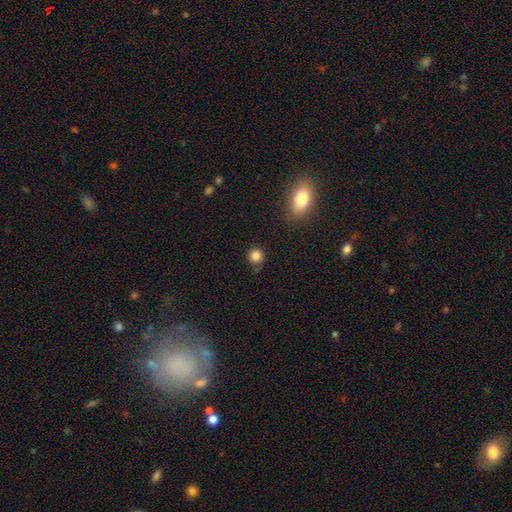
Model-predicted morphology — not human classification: Smooth or featured? Predicted: smooth (p=0.84). How rounded? Predicted: round (p=0.92). Merging? Predicted: none (p=0.82).